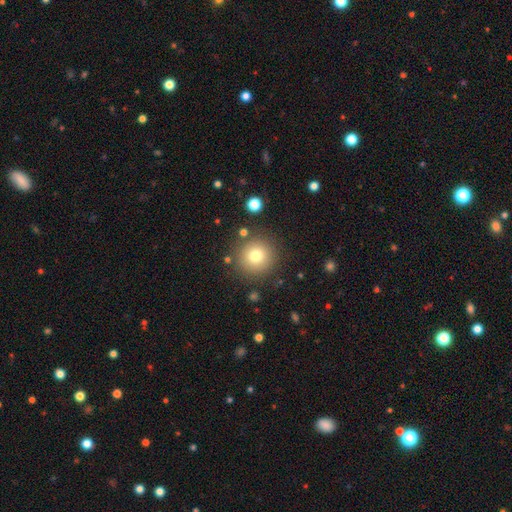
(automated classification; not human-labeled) smooth_or_featured: smooth (p=0.76) [alt: star or artifact p=0.13]
how_rounded: round (p=0.95) [alt: in between p=0.04]
merging: none (p=0.86) [alt: minor disturbance p=0.08]